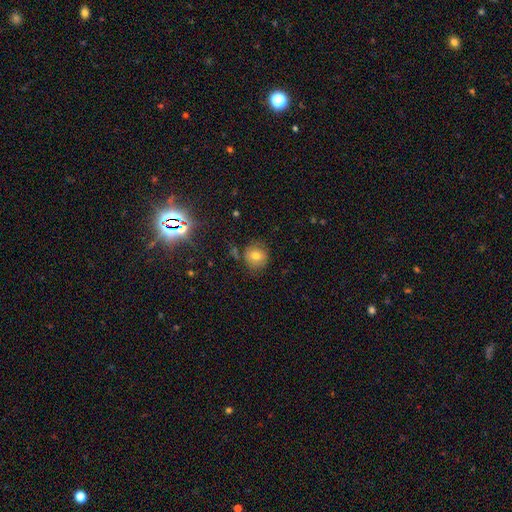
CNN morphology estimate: Q: Smooth or featured?
A: smooth (68%); runner-up: featured or disk (17%)
Q: How rounded?
A: round (87%); runner-up: in between (12%)
Q: Merging?
A: none (77%); runner-up: minor disturbance (15%)